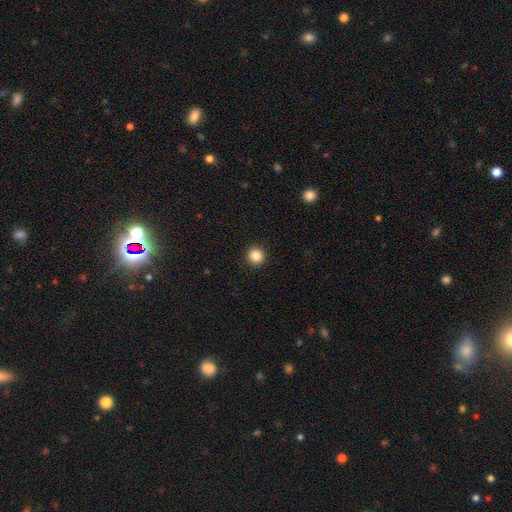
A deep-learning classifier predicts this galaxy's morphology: smooth_or_featured: smooth (p=0.86) [alt: star or artifact p=0.11]
how_rounded: round (p=0.94) [alt: in between p=0.05]
merging: none (p=0.93) [alt: minor disturbance p=0.04]